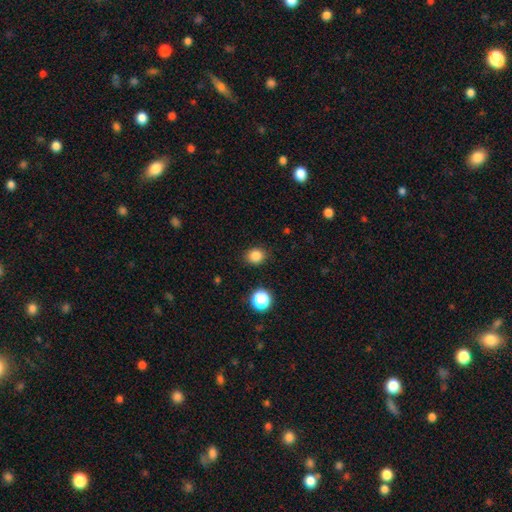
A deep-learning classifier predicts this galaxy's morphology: smooth-or-featured: smooth: 83% | star or artifact: 12% | featured or disk: 4%
  how-rounded: round: 71% | in between: 28% | cigar-shaped: 1%
  merging: none: 87% | minor disturbance: 8% | major disturbance: 3% | merger: 2%